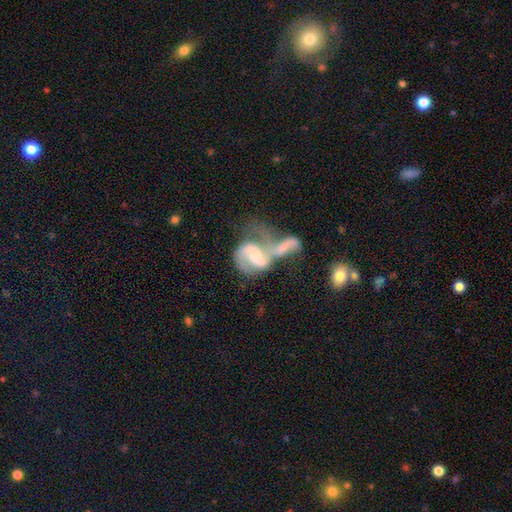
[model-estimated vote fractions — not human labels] Smooth or featured? Predicted: featured or disk (p=0.82). Edge-on disk? Predicted: no (p=0.97). Bar? Predicted: weak (p=0.43). Spiral arms? Predicted: yes (p=0.93). Spiral winding? Predicted: medium (p=0.48). Spiral arm count? Predicted: 2 (p=0.82). Bulge size? Predicted: moderate (p=0.46). Merging? Predicted: merger (p=0.63).